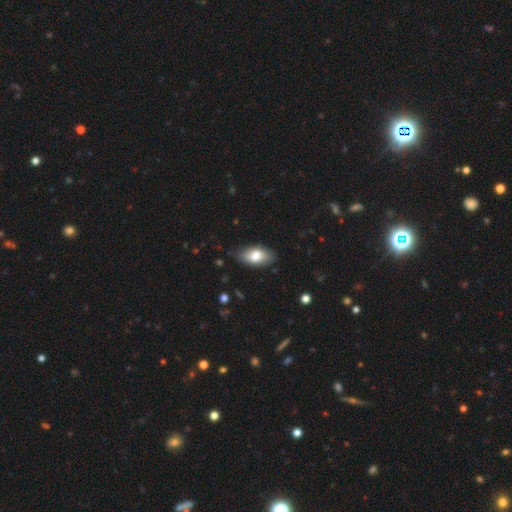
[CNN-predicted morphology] A smooth galaxy with no disk features (78%) that is in between round and cigar-shaped (92%). Merging: none (80%).